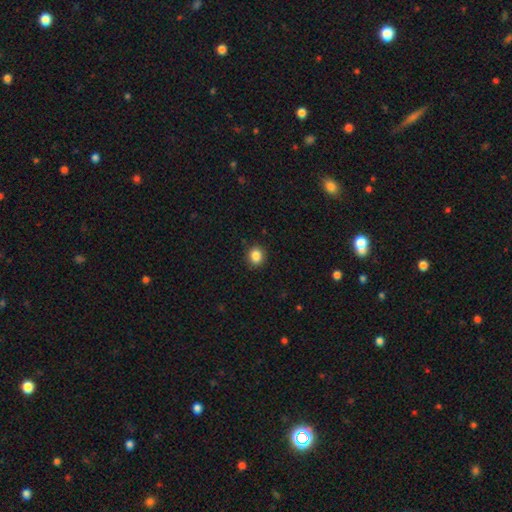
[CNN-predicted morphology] smooth-or-featured: smooth: 86% | star or artifact: 10% | featured or disk: 4%
  how-rounded: round: 62% | in between: 37% | cigar-shaped: 1%
  merging: none: 88% | minor disturbance: 9% | major disturbance: 2% | merger: 1%